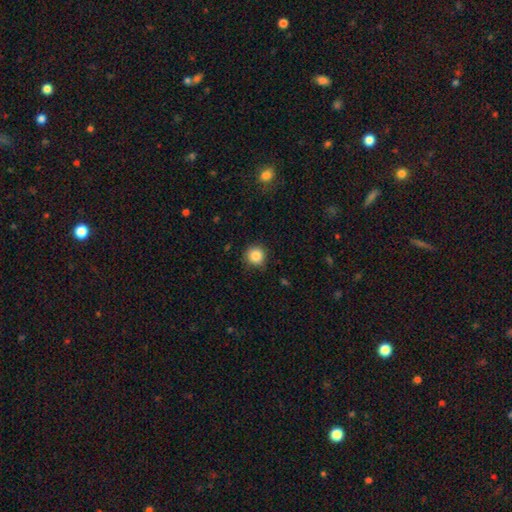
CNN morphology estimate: Overall: smooth (86%). How rounded: round (94%). Merging: none (84%).